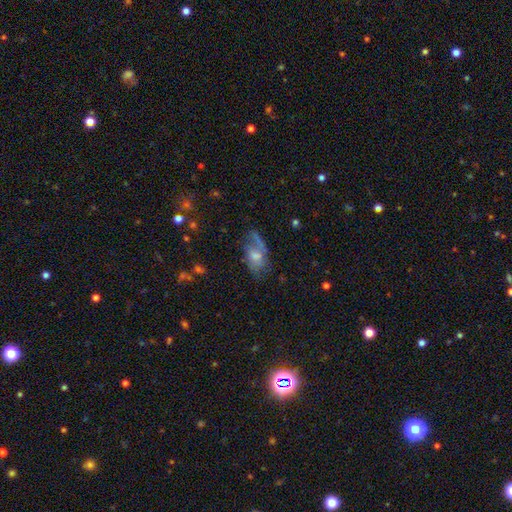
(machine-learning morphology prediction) Smooth or featured: featured or disk — 50% (smooth — 39%)
Edge-on disk: no — 92% (yes — 8%)
Merging: none — 45% (minor disturbance — 26%)